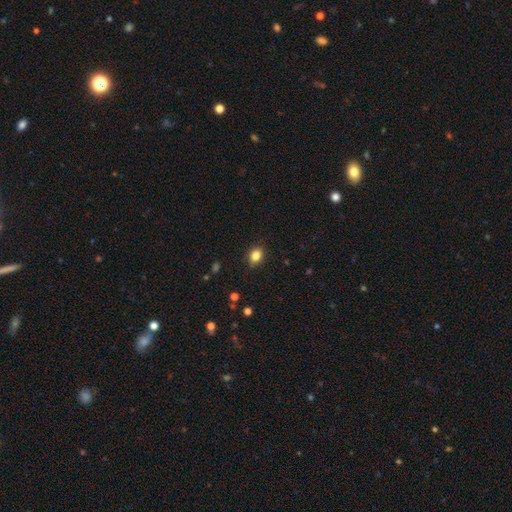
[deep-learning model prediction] Overall: smooth (84%). How rounded: in between (56%; round 43%). Merging: none (87%).